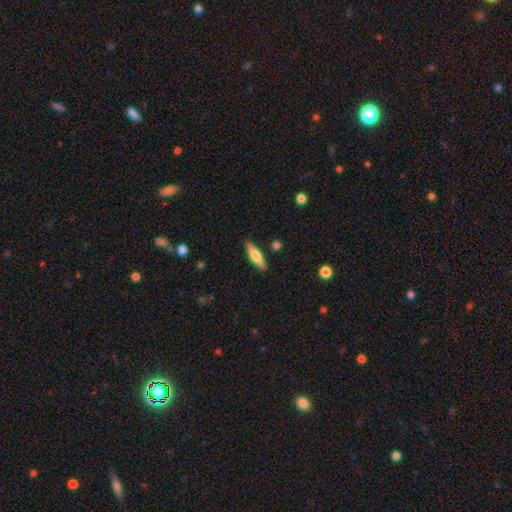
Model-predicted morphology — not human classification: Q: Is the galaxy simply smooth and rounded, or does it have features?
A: smooth — 65%.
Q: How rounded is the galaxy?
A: cigar-shaped — 65%.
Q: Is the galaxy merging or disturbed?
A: none — 87%.